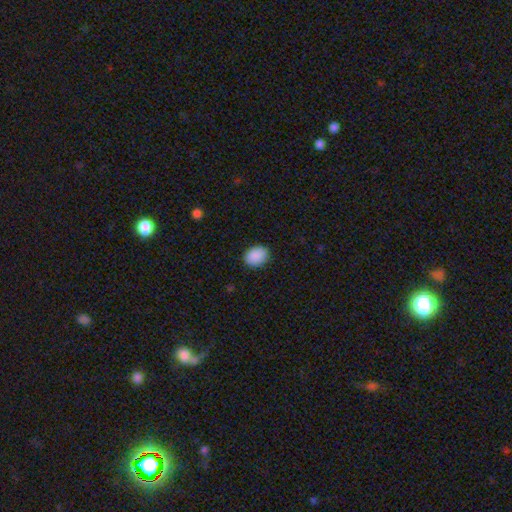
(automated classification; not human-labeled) smooth_or_featured: smooth (p=0.90) [alt: star or artifact p=0.07]
how_rounded: in between (p=0.60) [alt: round p=0.40]
merging: none (p=0.89) [alt: minor disturbance p=0.08]